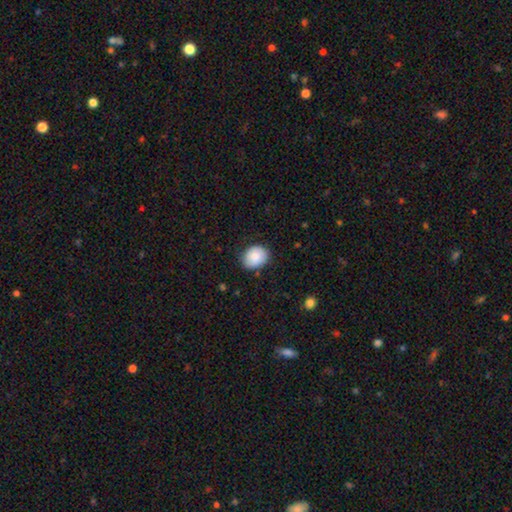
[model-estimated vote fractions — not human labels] Smooth or featured: smooth — 81% (featured or disk — 12%)
How rounded: round — 55% (in between — 44%)
Merging: none — 77% (minor disturbance — 19%)